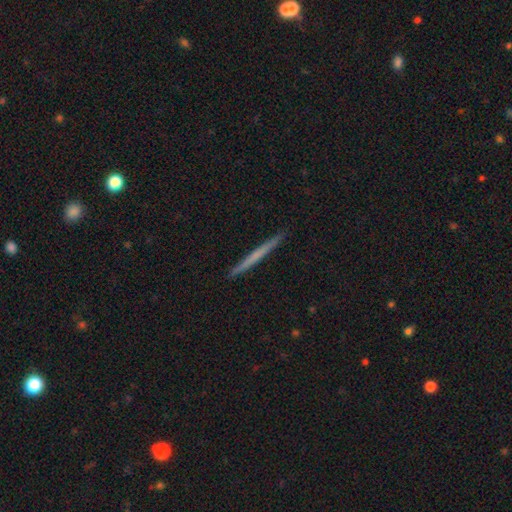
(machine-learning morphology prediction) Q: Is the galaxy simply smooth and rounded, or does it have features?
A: featured or disk — 47%, tied with smooth.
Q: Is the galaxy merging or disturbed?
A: none — 92%.